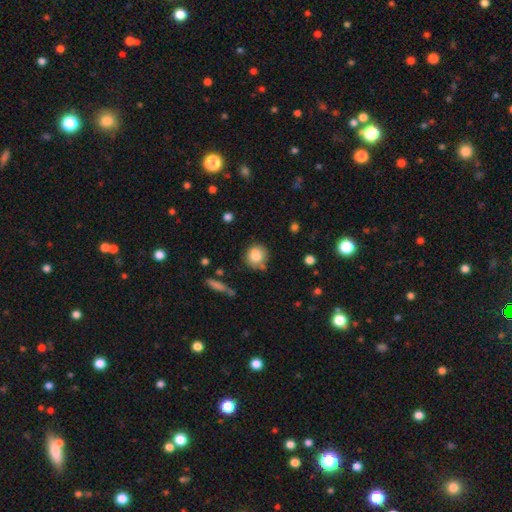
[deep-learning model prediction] Smooth or featured? Predicted: smooth (p=0.82). How rounded? Predicted: round (p=0.87). Merging? Predicted: none (p=0.75).